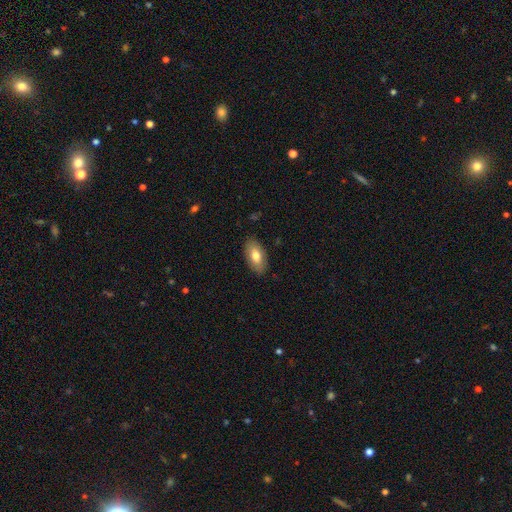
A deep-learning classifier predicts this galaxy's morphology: Smooth or featured? Predicted: smooth (p=0.76). How rounded? Predicted: in between (p=0.93). Merging? Predicted: none (p=0.87).